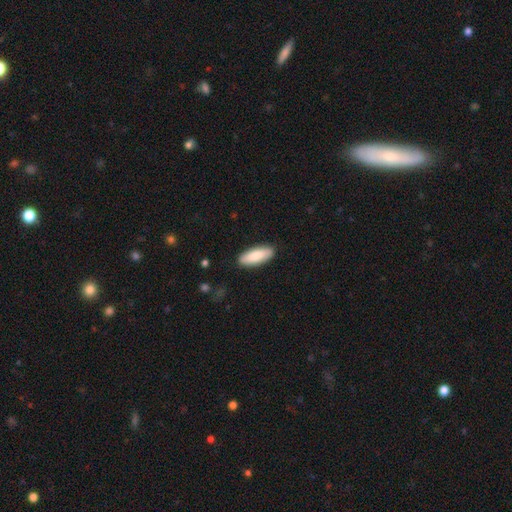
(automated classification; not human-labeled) Smooth or featured? Predicted: smooth (p=0.83). How rounded? Predicted: in between (p=0.68). Merging? Predicted: none (p=0.89).